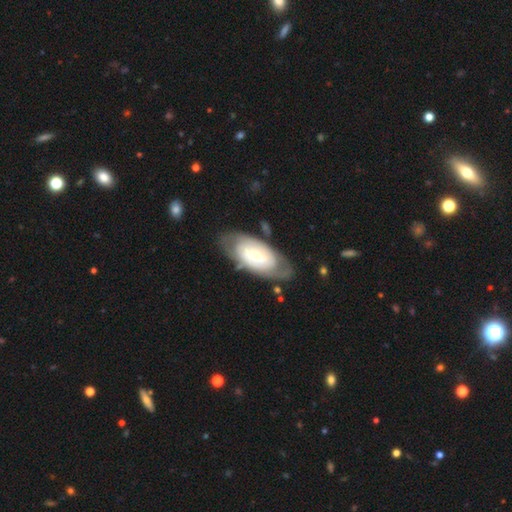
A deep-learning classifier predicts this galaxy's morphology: A featured or disk galaxy (73%) with a weak bar (41%, tied with no), 2 (49%) tight (66%) spiral arms (81%) and a small central bulge (50%). Merging: none (71%).